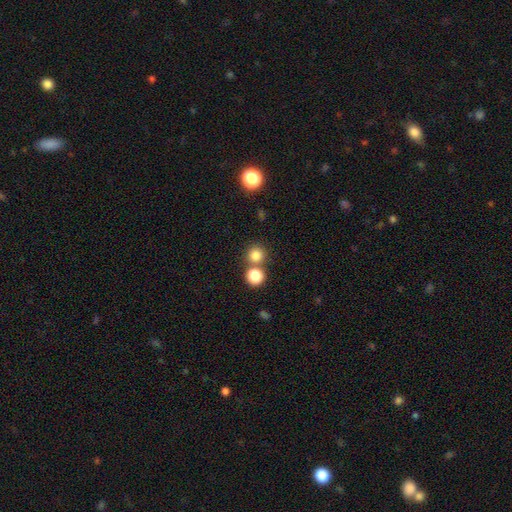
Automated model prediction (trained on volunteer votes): smooth_or_featured: smooth (p=0.79) [alt: star or artifact p=0.15]
how_rounded: round (p=0.93) [alt: in between p=0.06]
merging: none (p=0.70) [alt: merger p=0.21]